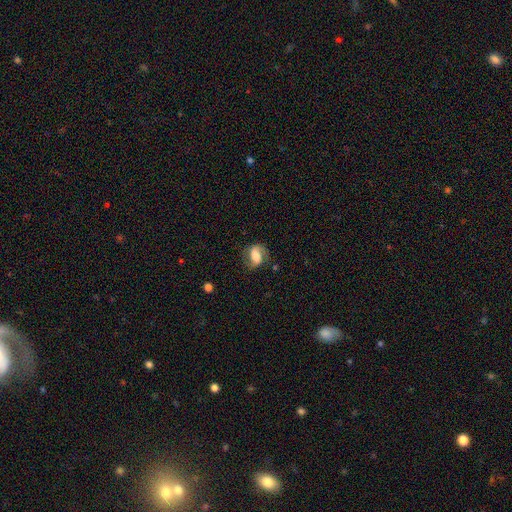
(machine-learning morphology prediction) Smooth or featured? featured or disk (60%)
Edge-on disk? no (96%)
Bar? weak (39%)
Spiral arms? yes (89%)
Spiral winding? medium (43%)
Spiral arm count? 2 (82%)
Bulge size? moderate (35%)
Merging? none (68%)